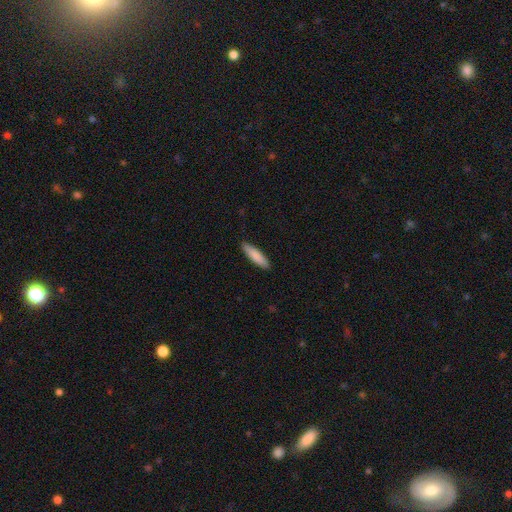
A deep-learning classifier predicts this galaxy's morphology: Smooth or featured: smooth — 86% (featured or disk — 8%)
How rounded: cigar-shaped — 74% (in between — 25%)
Merging: none — 89% (minor disturbance — 9%)